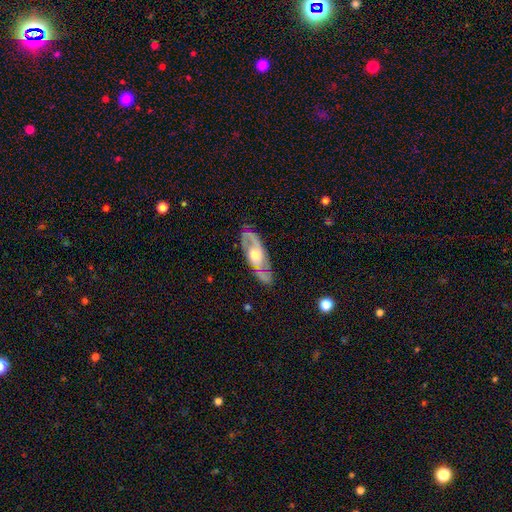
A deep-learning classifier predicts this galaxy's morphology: Smooth or featured: featured or disk — 77% (smooth — 18%)
Edge-on disk: no — 75% (yes — 25%)
Bar: no — 71% (weak — 24%)
Spiral arms: yes — 76% (no — 24%)
Bulge size: moderate — 53% (large — 33%)
Merging: none — 76% (minor disturbance — 17%)